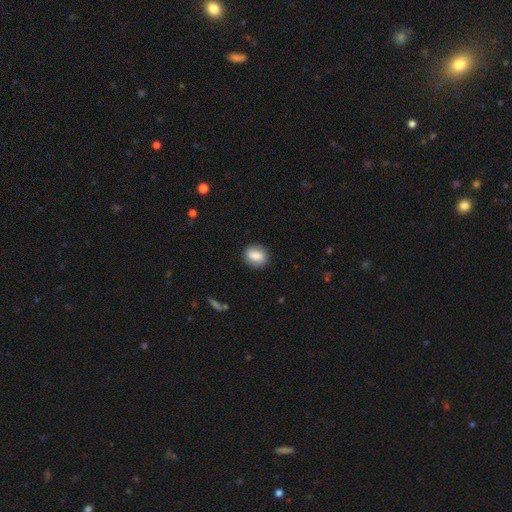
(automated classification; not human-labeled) Morphology: type=smooth (81%); roundness=round (52%); merging=none (85%).